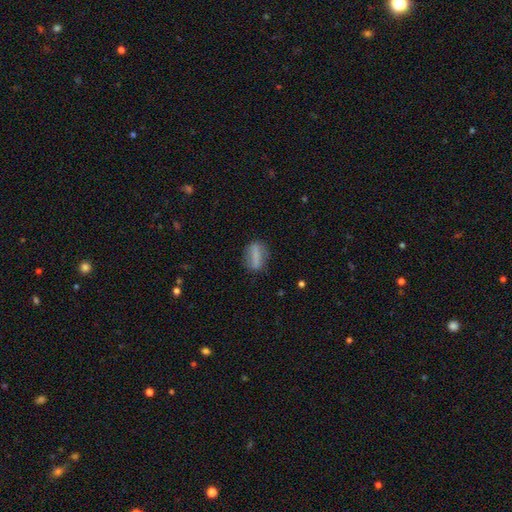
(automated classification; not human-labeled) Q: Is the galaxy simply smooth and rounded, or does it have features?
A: smooth — 64%.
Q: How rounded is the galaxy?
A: in between — 58%.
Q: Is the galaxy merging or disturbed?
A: none — 79%.